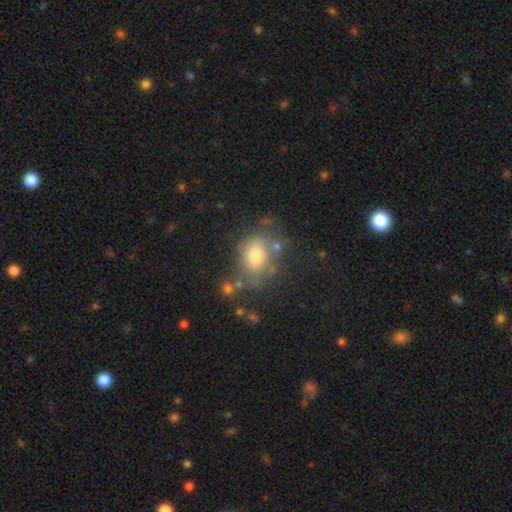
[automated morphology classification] This appears to be a smooth galaxy with no disk features (74%) that is in between round and cigar-shaped (60%). Merging: none (59%).